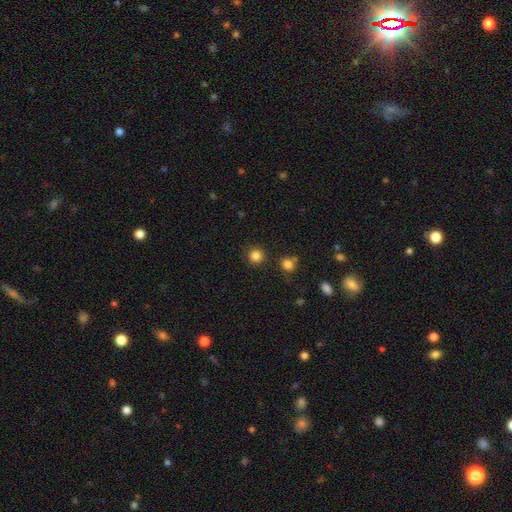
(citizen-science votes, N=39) Smooth or featured?
  - smooth: 87% *
  - star or artifact: 10%
  - featured or disk: 3%
How rounded?
  - round: 91% *
  - in between: 9%
  - cigar-shaped: 0%
Merging?
  - none: 83% *
  - minor disturbance: 9%
  - major disturbance: 6%
  - merger: 3%